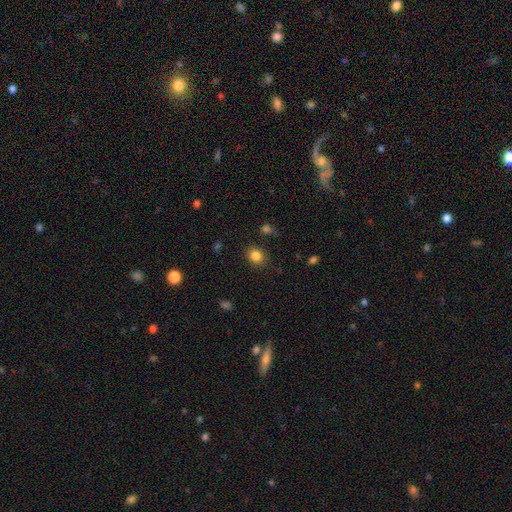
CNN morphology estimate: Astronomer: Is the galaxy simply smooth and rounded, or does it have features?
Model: smooth — 84%.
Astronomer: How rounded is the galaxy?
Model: round — 66%.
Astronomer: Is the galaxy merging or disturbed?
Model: none — 84%.